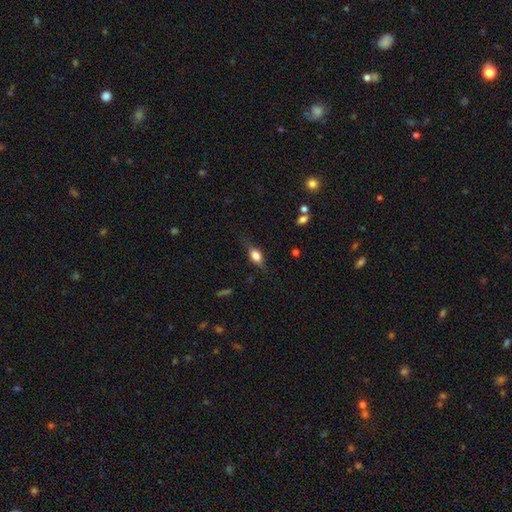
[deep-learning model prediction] Morphology: type=smooth (67%); roundness=in between (74%); merging=none (69%).